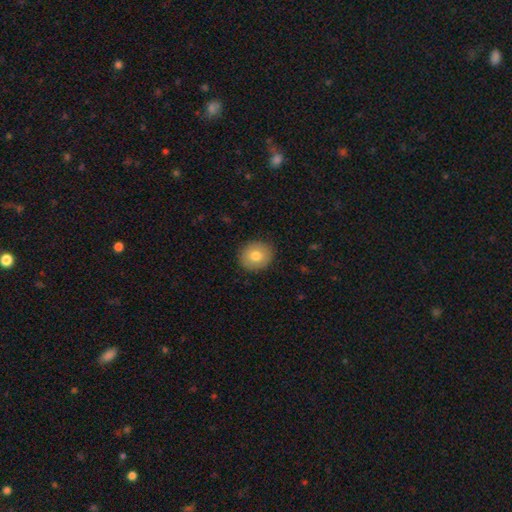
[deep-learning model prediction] The model was most divided on "how rounded": round: 78%, in between: 21%, cigar-shaped: 1%. More confident: merging — none (90%); smooth or featured — smooth (78%).